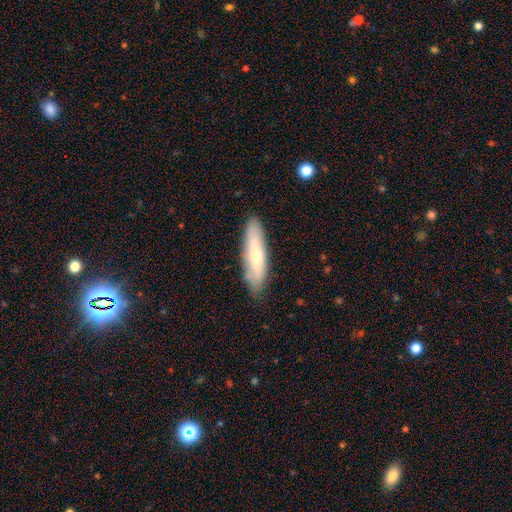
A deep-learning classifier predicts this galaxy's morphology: Smooth or featured? smooth (59%)
How rounded? cigar-shaped (66%)
Merging? none (81%)